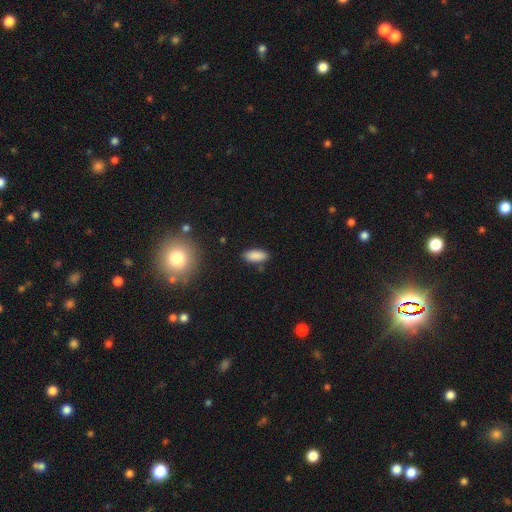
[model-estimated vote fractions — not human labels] smooth_or_featured: smooth (p=0.88) [alt: star or artifact p=0.08]
how_rounded: in between (p=0.85) [alt: cigar-shaped p=0.13]
merging: none (p=0.84) [alt: minor disturbance p=0.11]